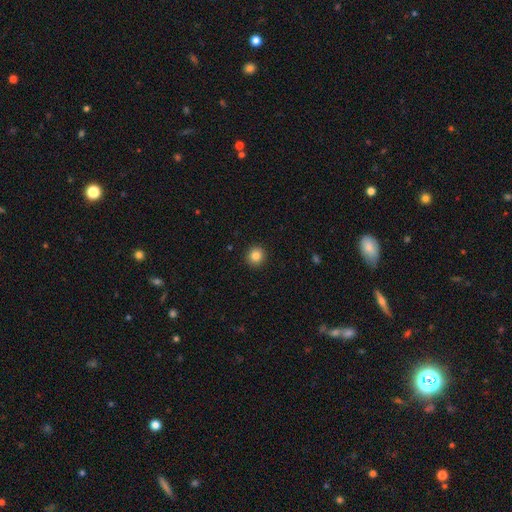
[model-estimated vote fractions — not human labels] Morphology: type=smooth (85%); roundness=round (93%); merging=none (93%).